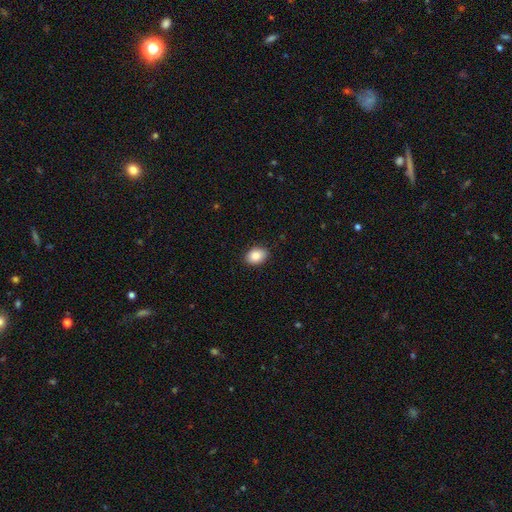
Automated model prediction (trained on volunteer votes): smooth_or_featured: smooth (p=0.87) [alt: star or artifact p=0.08]
how_rounded: in between (p=0.75) [alt: round p=0.24]
merging: none (p=0.88) [alt: minor disturbance p=0.09]